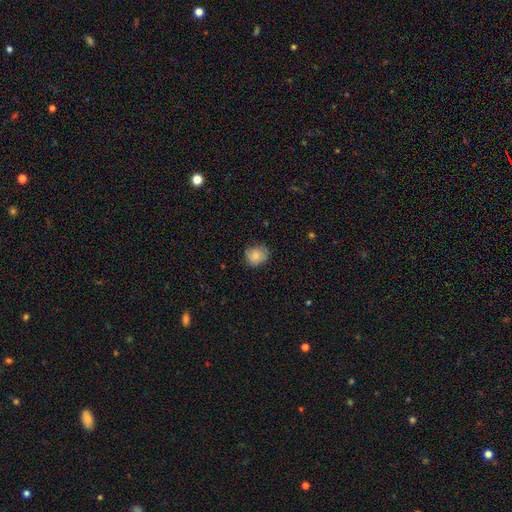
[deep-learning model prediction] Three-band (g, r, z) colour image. It shows a smooth galaxy with no disk features (78%) that is round (72%). Merging: none (72%).